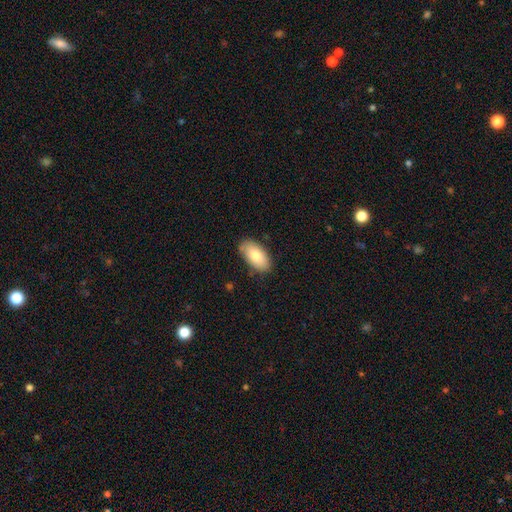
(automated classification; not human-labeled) smooth-or-featured: smooth: 80% | featured or disk: 14% | star or artifact: 6%
  how-rounded: in between: 94% | round: 3% | cigar-shaped: 3%
  merging: none: 84% | minor disturbance: 13% | major disturbance: 2% | merger: 1%